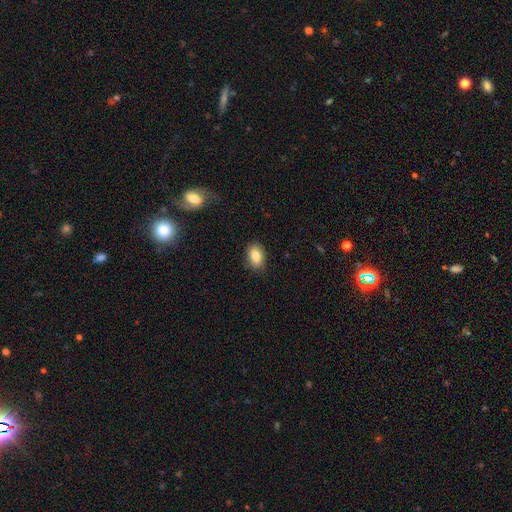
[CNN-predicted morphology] A smooth galaxy with no disk features (82%) that is in between round and cigar-shaped (84%). Merging: none (85%).